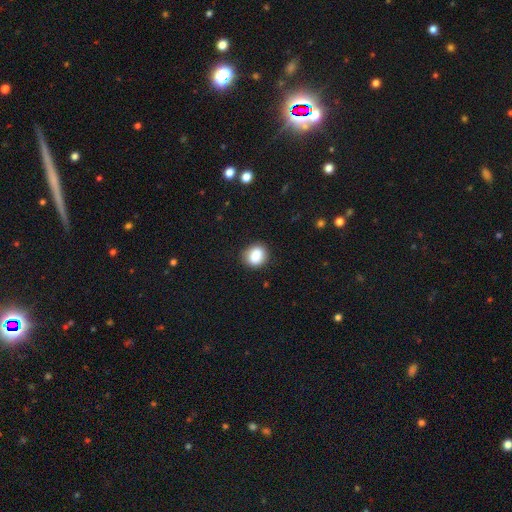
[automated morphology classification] Smooth or featured? Predicted: smooth (p=0.87). How rounded? Predicted: round (p=0.69). Merging? Predicted: none (p=0.85).